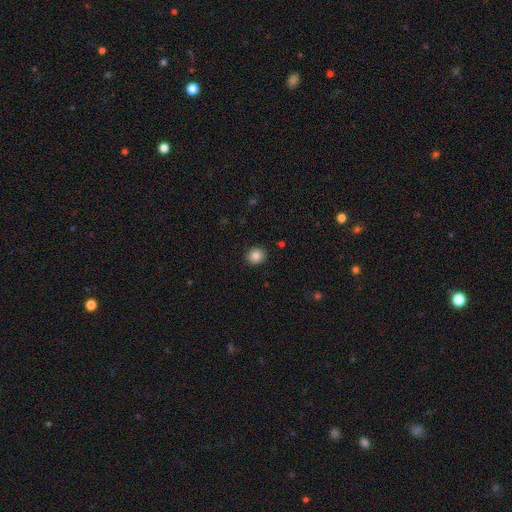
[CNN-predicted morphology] Overall: smooth (85%). How rounded: round (82%). Merging: none (91%).